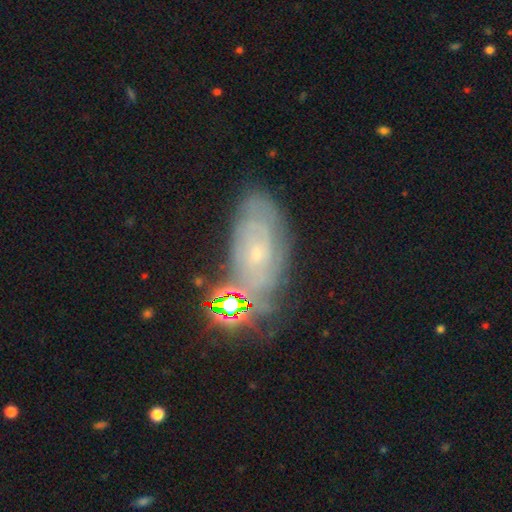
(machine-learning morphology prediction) This is likely a featured or disk galaxy (63%). It is clearly not viewed edge-on (91%). Bar: likely no (75%). Spiral arm pattern: clearly yes (82%). Central bulge: clearly small (82%). Merging: likely none (68%).